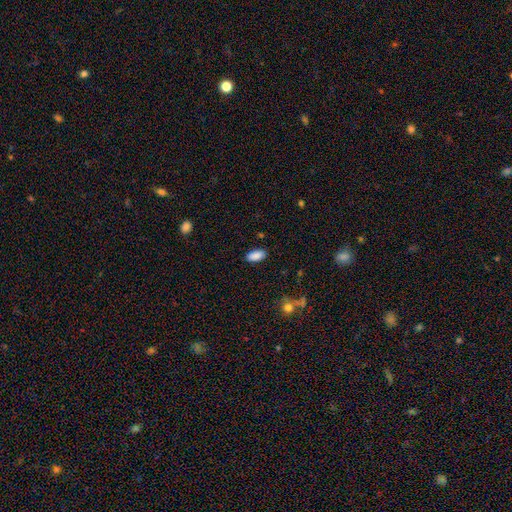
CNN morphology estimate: This is clearly a smooth galaxy (89%). How rounded: clearly in between (91%). Merging: clearly none (87%).